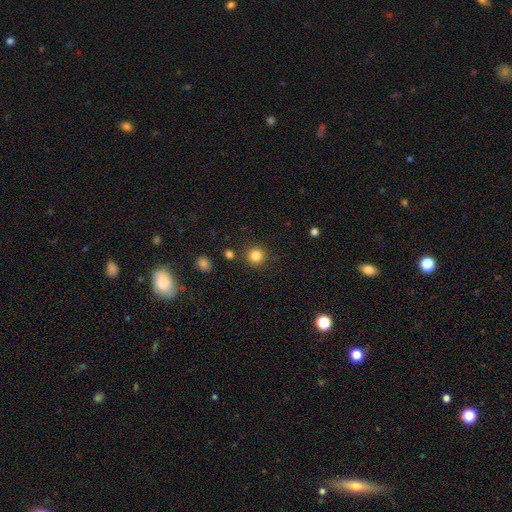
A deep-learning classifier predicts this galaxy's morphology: smooth 83%, star or artifact 12%, featured or disk 5%. Down the decision tree: how rounded — round (94%); merging — none (88%).